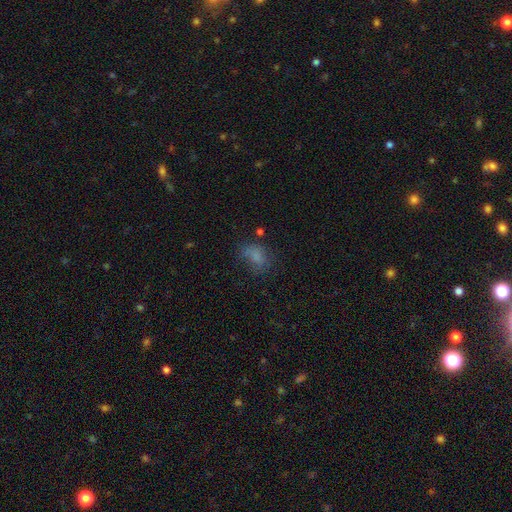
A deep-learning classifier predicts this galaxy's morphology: This appears to be a smooth galaxy with no disk features (71%) that is in between round and cigar-shaped (76%). Merging: none (47%).